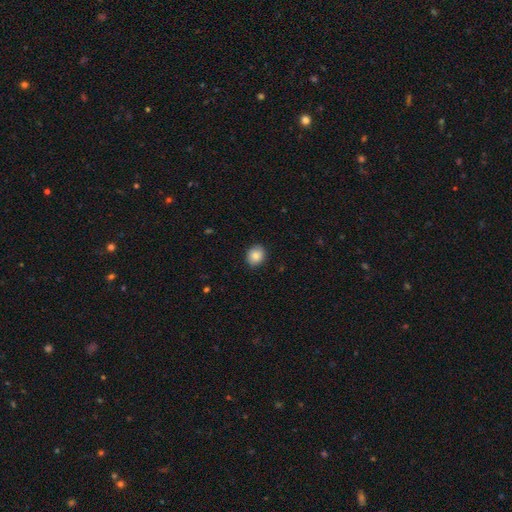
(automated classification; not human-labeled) A smooth galaxy with no disk features (85%) that is round (67%). Merging: none (87%).